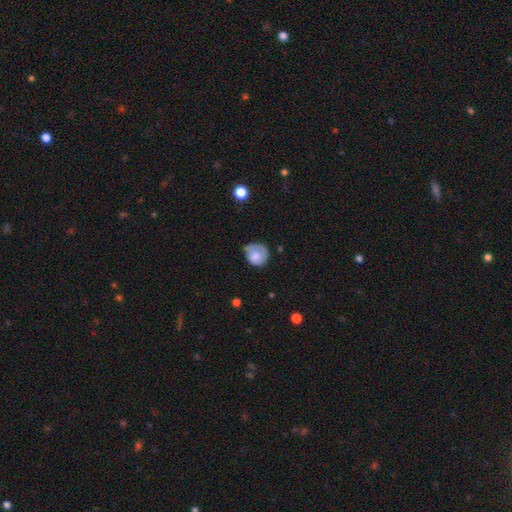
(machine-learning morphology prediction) This is likely a smooth galaxy (68%). How rounded: likely round (72%). Merging: marginally none (42%).